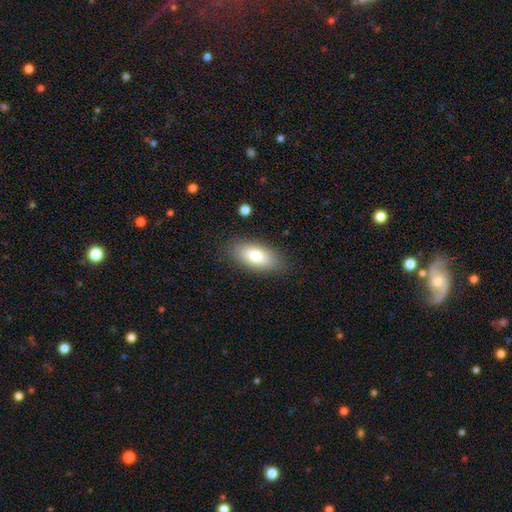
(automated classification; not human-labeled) A smooth galaxy with no disk features (78%) that is in between round and cigar-shaped (89%).

Vote fractions:
- Smooth or featured? smooth: 78% / featured or disk: 15% / star or artifact: 7%
- How rounded? in between: 89% / cigar-shaped: 8% / round: 4%
- Merging? none: 85% / minor disturbance: 10% / major disturbance: 3% / merger: 1%